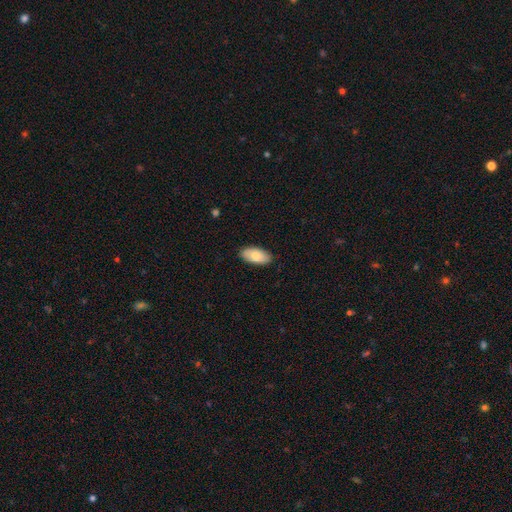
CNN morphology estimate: smooth 78%, featured or disk 16%, star or artifact 6%. Down the decision tree: how rounded — in between (94%); merging — none (87%).